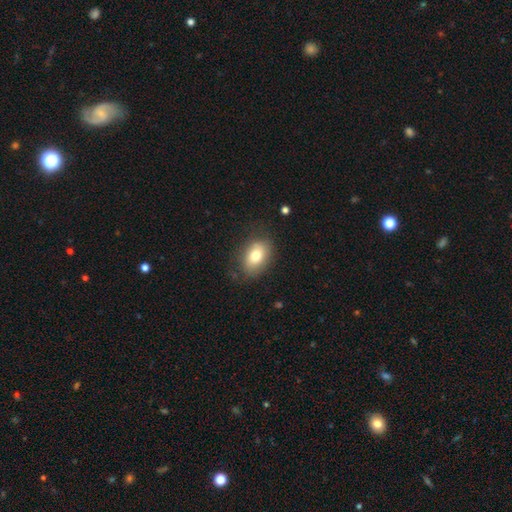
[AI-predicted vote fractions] Smooth or featured?
  - smooth: 76% *
  - featured or disk: 16%
  - star or artifact: 8%
How rounded?
  - in between: 82% *
  - round: 17%
  - cigar-shaped: 1%
Merging?
  - none: 76% *
  - minor disturbance: 17%
  - major disturbance: 5%
  - merger: 1%